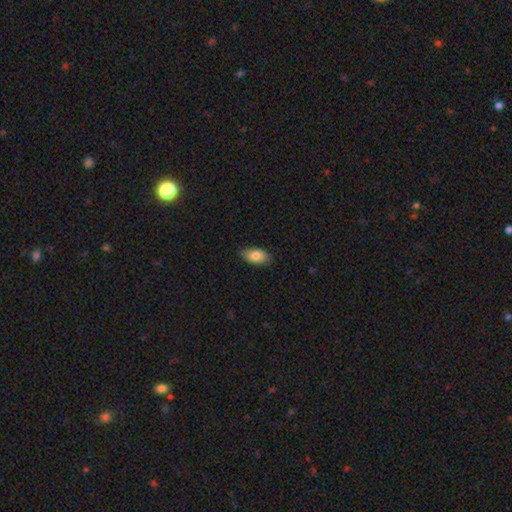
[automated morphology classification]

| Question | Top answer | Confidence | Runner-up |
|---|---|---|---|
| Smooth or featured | smooth | 84% | featured or disk (9%) |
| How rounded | in between | 92% | cigar-shaped (4%) |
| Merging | none | 82% | minor disturbance (15%) |